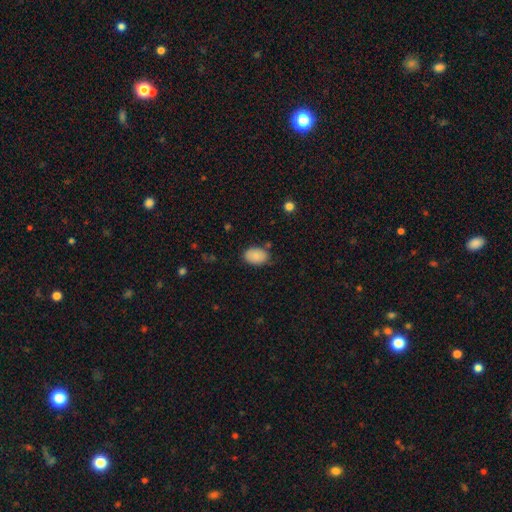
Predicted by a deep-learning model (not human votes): Q: Smooth or featured?
A: smooth (86%); runner-up: star or artifact (7%)
Q: How rounded?
A: in between (86%); runner-up: round (13%)
Q: Merging?
A: none (76%); runner-up: minor disturbance (17%)